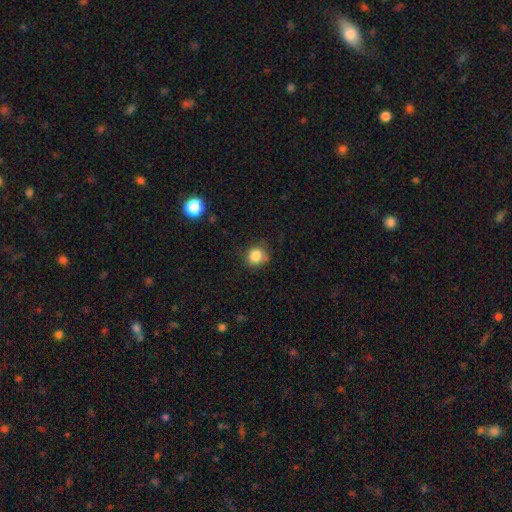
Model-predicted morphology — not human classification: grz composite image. It shows a smooth galaxy with no disk features (84%) that is round (78%). Merging: none (69%).